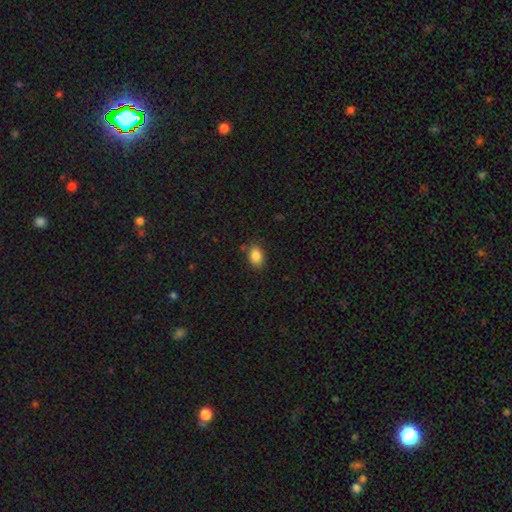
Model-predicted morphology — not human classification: Smooth or featured?
  - smooth: 87% *
  - star or artifact: 9%
  - featured or disk: 4%
How rounded?
  - in between: 76% *
  - round: 23%
  - cigar-shaped: 1%
Merging?
  - none: 81% *
  - minor disturbance: 14%
  - major disturbance: 3%
  - merger: 3%